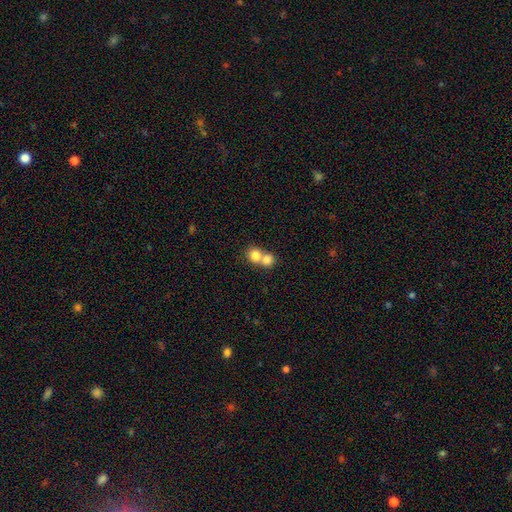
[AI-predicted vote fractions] The model was most divided on "merging": merger: 66%, none: 28%, minor disturbance: 4%, major disturbance: 2%. More confident: how rounded — round (81%); smooth or featured — smooth (79%).